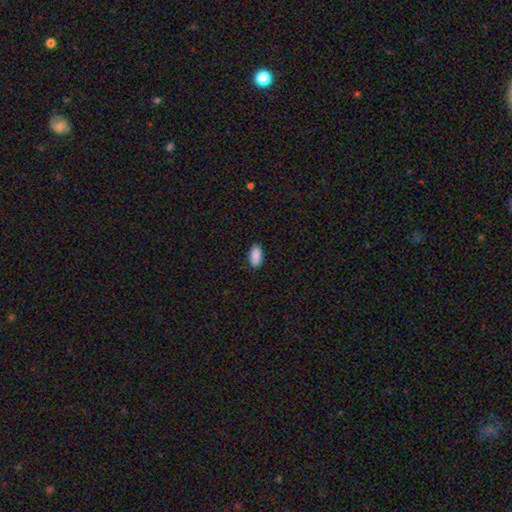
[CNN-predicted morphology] A smooth galaxy with no disk features (91%) that is in between round and cigar-shaped (94%).

Vote fractions:
- Smooth or featured? smooth: 91% / star or artifact: 7% / featured or disk: 3%
- How rounded? in between: 94% / cigar-shaped: 4% / round: 2%
- Merging? none: 88% / minor disturbance: 9% / major disturbance: 2% / merger: 1%